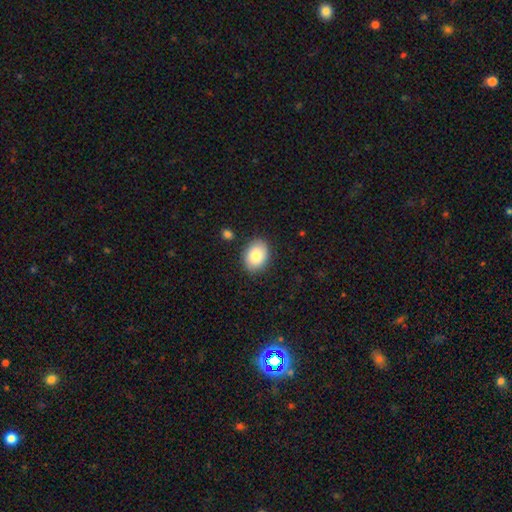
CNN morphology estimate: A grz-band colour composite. It shows a smooth galaxy with no disk features (82%) that is in between round and cigar-shaped (64%). Merging: none (85%).